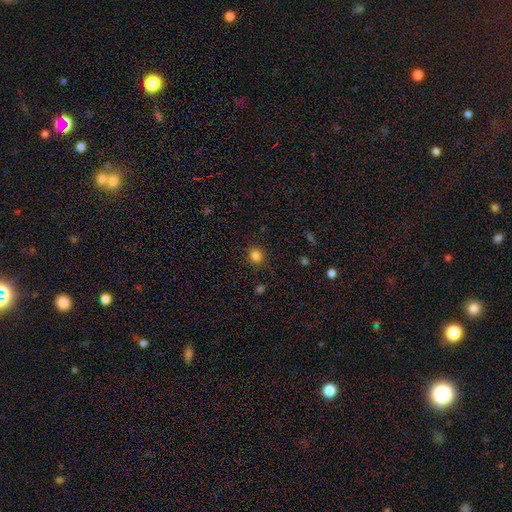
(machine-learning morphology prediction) A smooth galaxy with no disk features (83%) that is round (88%). Merging: none (89%).